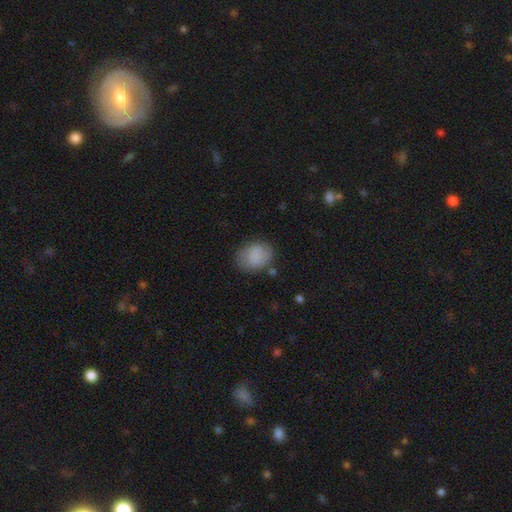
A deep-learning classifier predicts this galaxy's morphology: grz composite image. It shows a smooth galaxy with no disk features (83%) that is in between round and cigar-shaped (54%). Merging: none (72%).